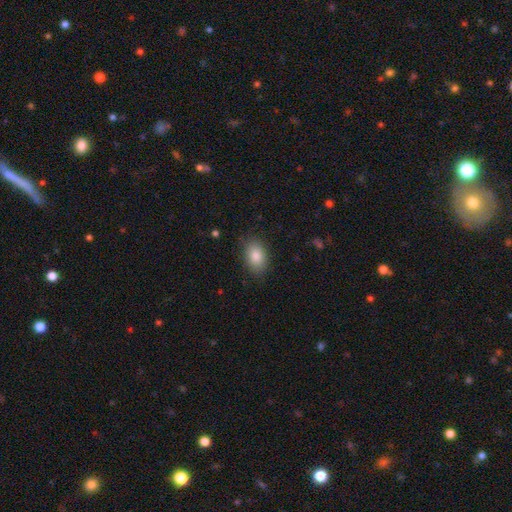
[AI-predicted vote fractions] A smooth galaxy with no disk features (85%) that is in between round and cigar-shaped (87%).

Vote fractions:
- Smooth or featured? smooth: 85% / star or artifact: 8% / featured or disk: 7%
- How rounded? in between: 87% / round: 11% / cigar-shaped: 1%
- Merging? none: 85% / minor disturbance: 11% / major disturbance: 3% / merger: 1%